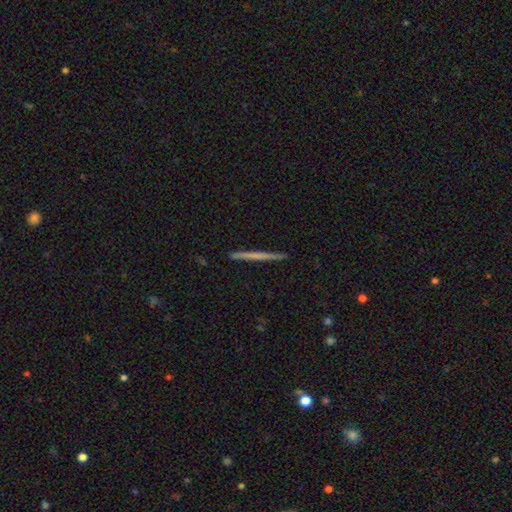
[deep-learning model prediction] smooth-or-featured: smooth: 49% | featured or disk: 45% | star or artifact: 6%
  merging: none: 93% | minor disturbance: 5% | major disturbance: 1% | merger: 1%